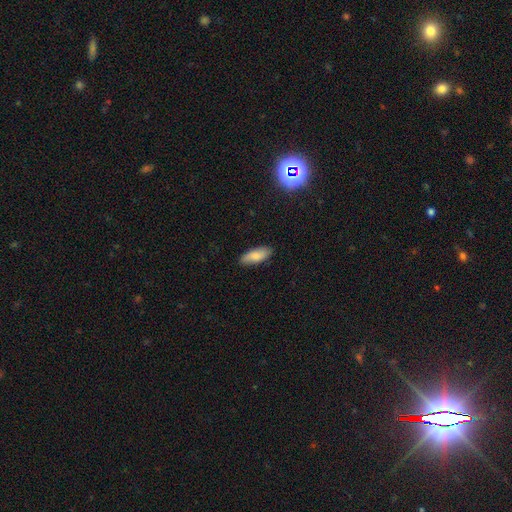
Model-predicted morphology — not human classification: Smooth or featured? smooth (82%)
How rounded? in between (74%)
Merging? none (87%)